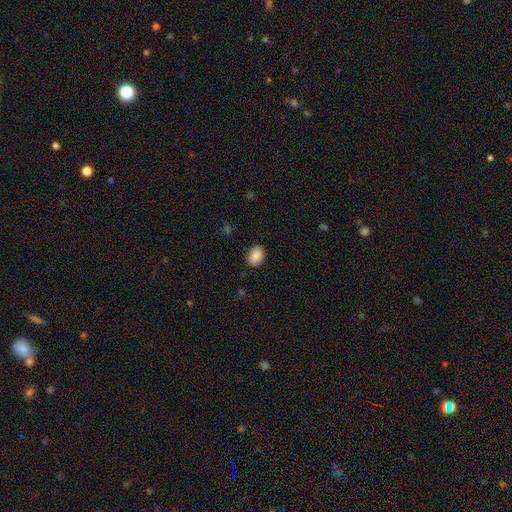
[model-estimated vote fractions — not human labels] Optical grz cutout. It shows a smooth galaxy with no disk features (88%) that is in between round and cigar-shaped (69%). Merging: none (86%).